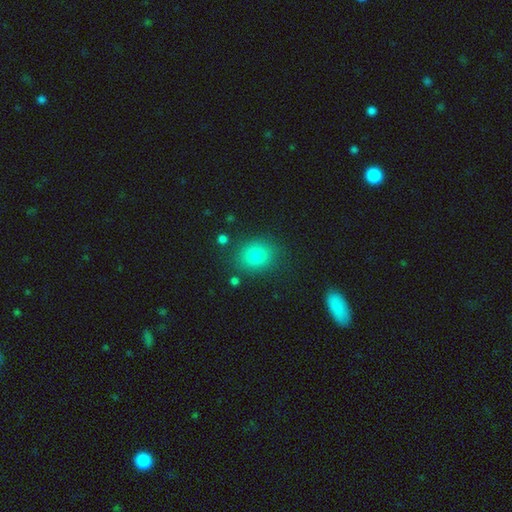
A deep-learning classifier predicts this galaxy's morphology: smooth-or-featured: smooth: 82% | star or artifact: 12% | featured or disk: 6%
  how-rounded: round: 60% | in between: 38% | cigar-shaped: 1%
  merging: none: 81% | minor disturbance: 11% | major disturbance: 4% | merger: 3%